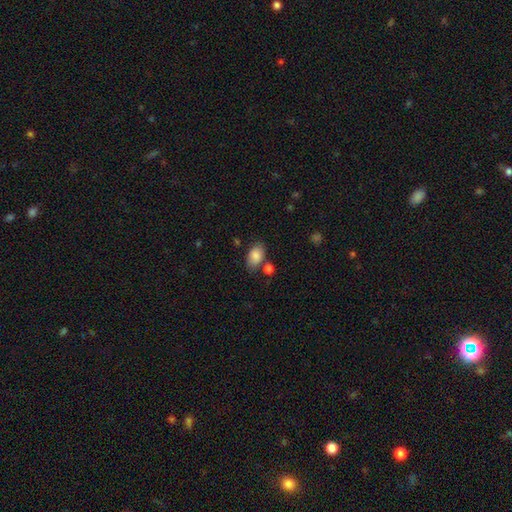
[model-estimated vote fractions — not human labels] Smooth or featured? smooth (86%)
How rounded? in between (89%)
Merging? none (72%)